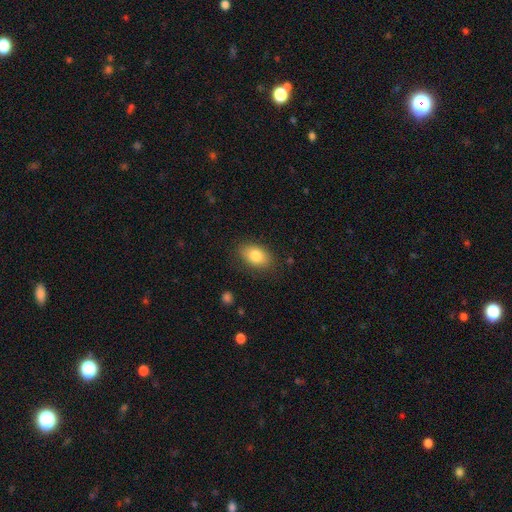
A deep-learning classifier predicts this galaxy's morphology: Q: Smooth or featured?
A: smooth (82%); runner-up: featured or disk (11%)
Q: How rounded?
A: in between (86%); runner-up: round (12%)
Q: Merging?
A: none (83%); runner-up: minor disturbance (12%)